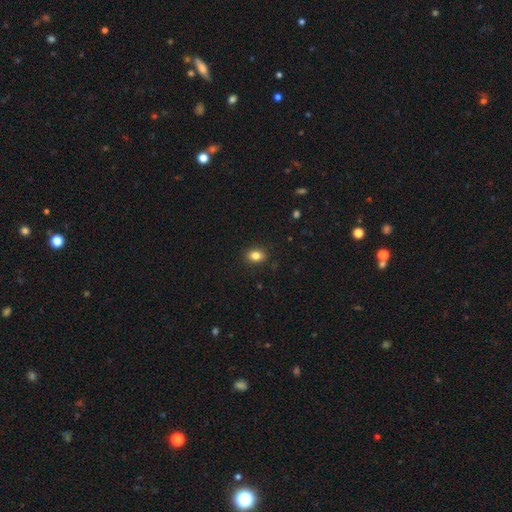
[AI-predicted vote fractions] This appears to be a smooth galaxy with no disk features (83%) that is in between round and cigar-shaped (66%). Merging: none (89%).